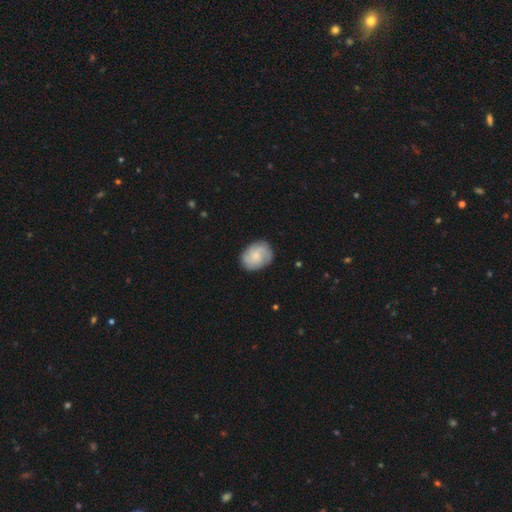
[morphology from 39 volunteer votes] type=featured or disk (62%); edge-on=no (96%); bar=no (83%); spiral arms=yes (91%); winding=tight (43%, tied with medium); arm count=can't tell (48%); bulge=small (74%); merging=none (76%).